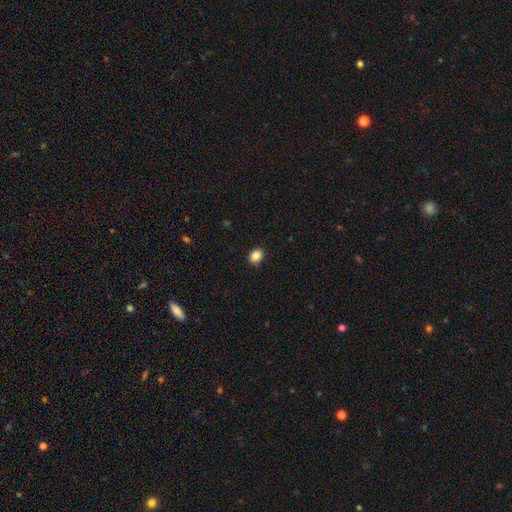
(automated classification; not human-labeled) Smooth or featured? Predicted: smooth (p=0.87). How rounded? Predicted: in between (p=0.53). Merging? Predicted: none (p=0.88).